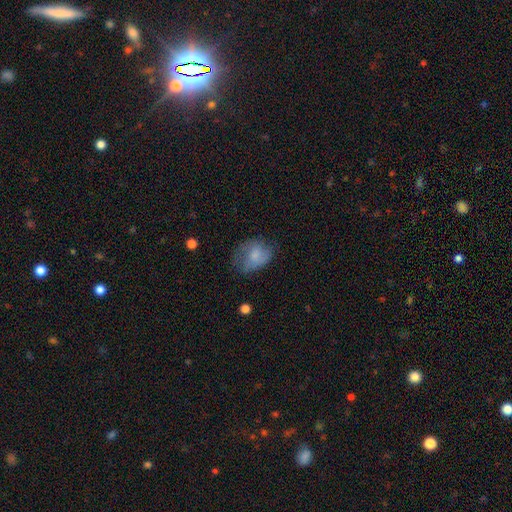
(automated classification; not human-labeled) A smooth galaxy with no disk features (65%) that is in between round and cigar-shaped (62%). Merging: none (43%).